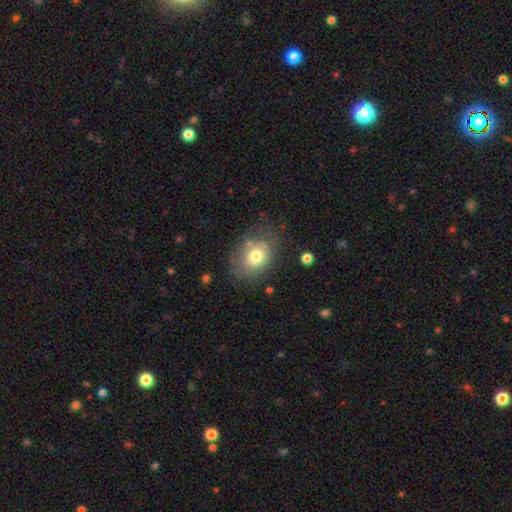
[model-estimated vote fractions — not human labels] Q: Smooth or featured?
A: smooth (70%); runner-up: featured or disk (21%)
Q: How rounded?
A: in between (67%); runner-up: round (32%)
Q: Merging?
A: none (71%); runner-up: minor disturbance (18%)